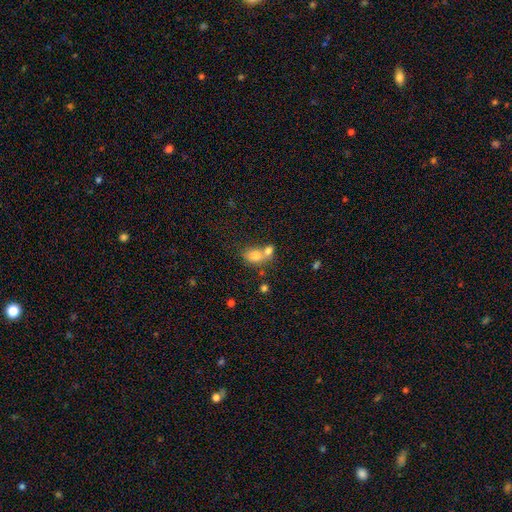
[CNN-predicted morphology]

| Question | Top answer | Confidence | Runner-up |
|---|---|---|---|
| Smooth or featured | smooth | 77% | featured or disk (12%) |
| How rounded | in between | 71% | round (27%) |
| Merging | merger | 55% | none (29%) |